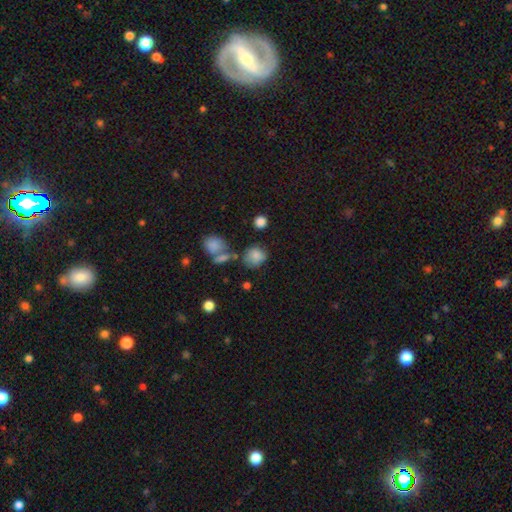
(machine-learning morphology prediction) smooth-or-featured: smooth: 81% | star or artifact: 10% | featured or disk: 9%
  how-rounded: round: 68% | in between: 31% | cigar-shaped: 1%
  merging: none: 56% | minor disturbance: 22% | merger: 13% | major disturbance: 9%